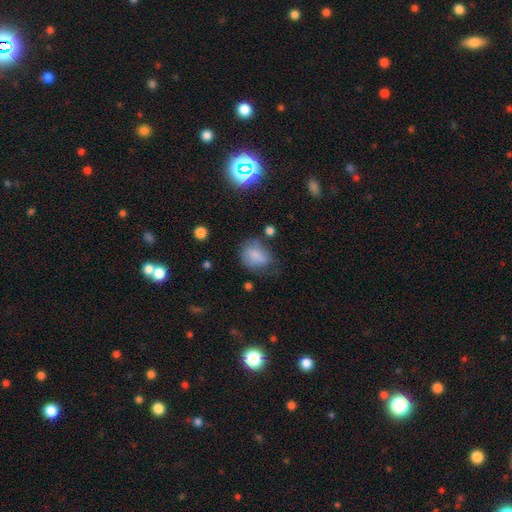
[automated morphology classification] smooth_or_featured: smooth (p=0.76) [alt: featured or disk p=0.13]
how_rounded: in between (p=0.56) [alt: round p=0.43]
merging: none (p=0.49) [alt: minor disturbance p=0.30]